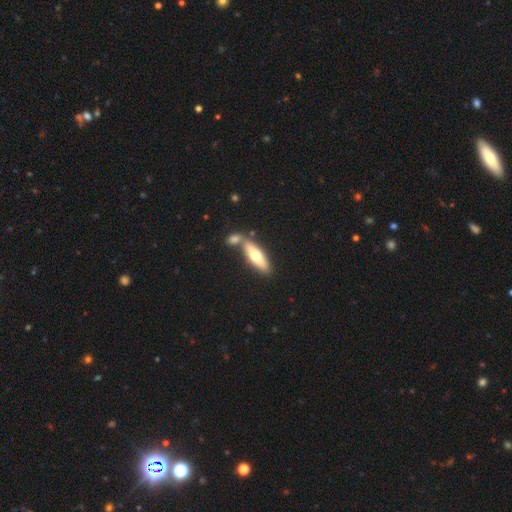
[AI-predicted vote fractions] A smooth galaxy with no disk features (61%) that is cigar-shaped (50%). Merging: none (56%).